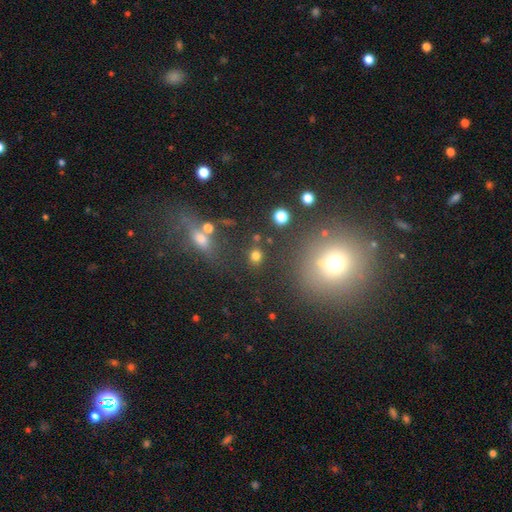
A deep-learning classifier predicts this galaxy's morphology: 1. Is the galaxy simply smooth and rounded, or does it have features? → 77% smooth, 16% star or artifact, 7% featured or disk.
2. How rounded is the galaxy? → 69% round, 29% in between, 2% cigar-shaped.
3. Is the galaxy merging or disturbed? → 80% none, 9% minor disturbance, 7% merger, 4% major disturbance.